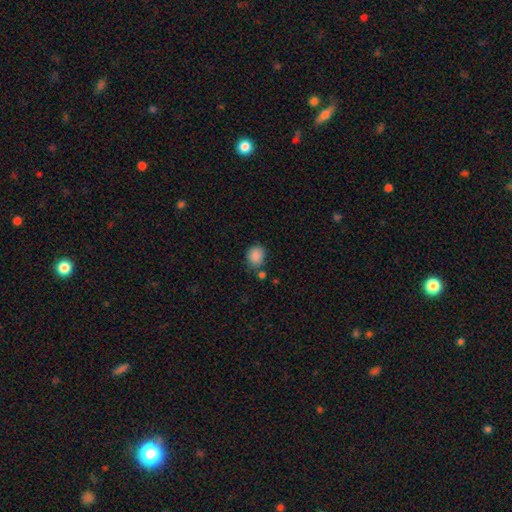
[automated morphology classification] Smooth or featured? smooth (87%)
How rounded? round (68%)
Merging? none (72%)